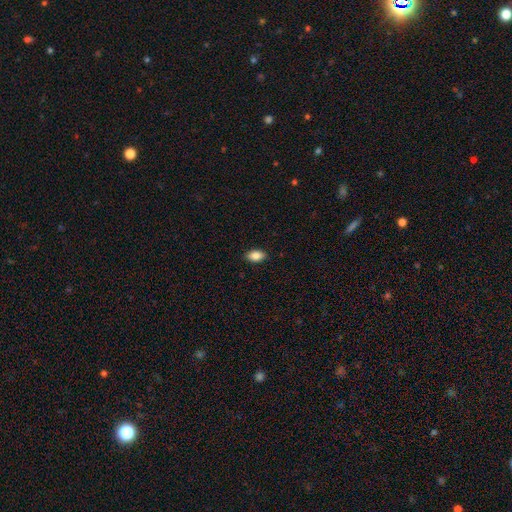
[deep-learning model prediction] This appears to be a smooth galaxy with no disk features (86%) that is in between round and cigar-shaped (89%). Merging: none (89%).